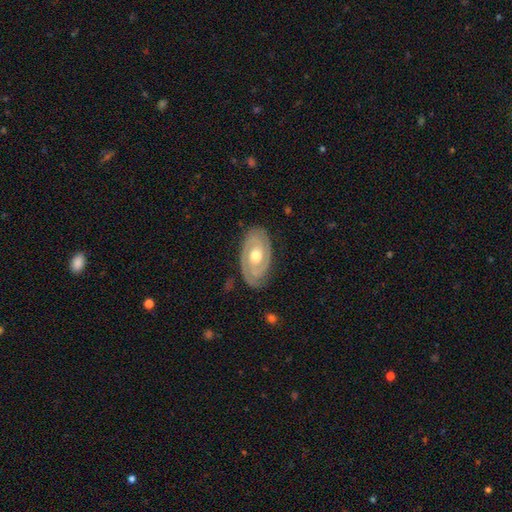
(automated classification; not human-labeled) A featured or disk galaxy (85%) with no bar (69%), 2 (77%) tight (74%) spiral arms (91%) and a moderate central bulge (78%). Merging: none (83%).